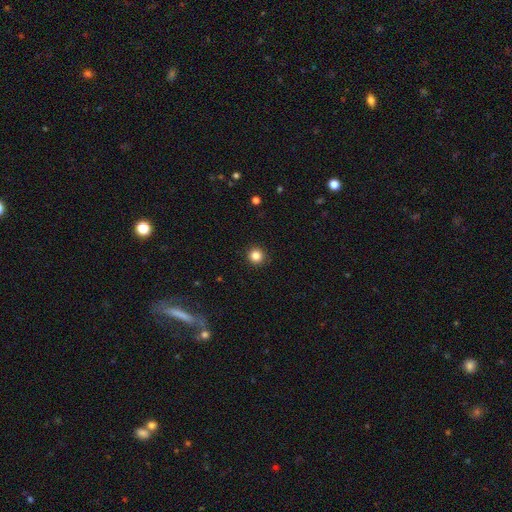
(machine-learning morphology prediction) A smooth galaxy with no disk features (84%) that is round (95%). Merging: none (93%).